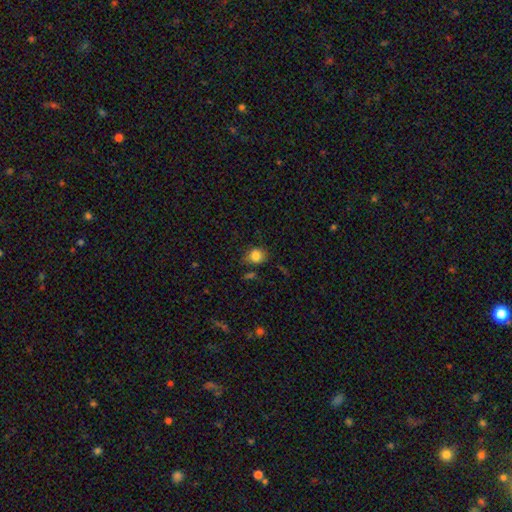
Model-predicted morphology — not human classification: Q: Smooth or featured?
A: smooth (83%); runner-up: star or artifact (11%)
Q: How rounded?
A: round (67%); runner-up: in between (32%)
Q: Merging?
A: none (69%); runner-up: minor disturbance (22%)